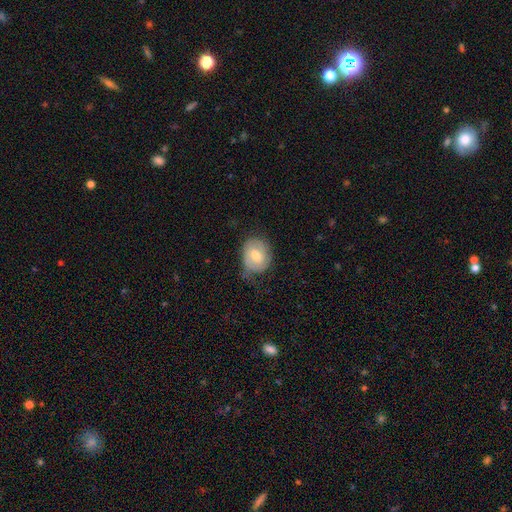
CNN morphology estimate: Smooth or featured?
  - featured or disk: 58% *
  - smooth: 35%
  - star or artifact: 7%
Edge-on disk?
  - no: 97% *
  - yes: 3%
Bar?
  - no: 46% *
  - weak: 45%
  - strong: 10%
Spiral arms?
  - yes: 84% *
  - no: 16%
Bulge size?
  - moderate: 65% *
  - small: 26%
  - large: 6%
  - none: 2%
  - dominant: 1%
Merging?
  - none: 60% *
  - minor disturbance: 28%
  - major disturbance: 11%
  - merger: 1%